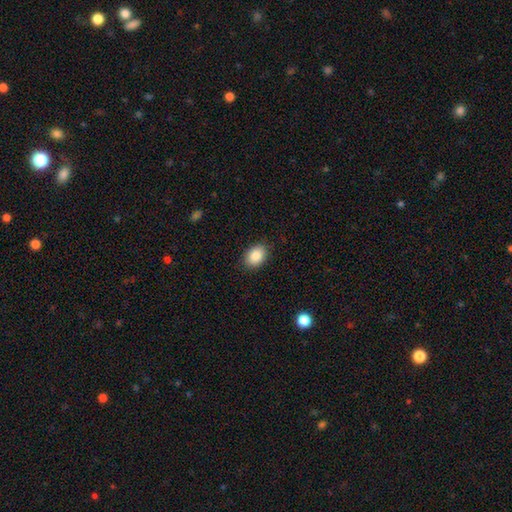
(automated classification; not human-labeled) The model was most divided on "how rounded": in between: 76%, round: 23%, cigar-shaped: 1%. More confident: smooth or featured — smooth (88%); merging — none (88%).